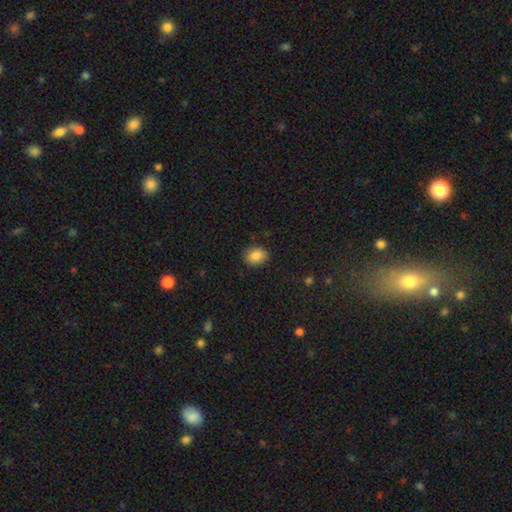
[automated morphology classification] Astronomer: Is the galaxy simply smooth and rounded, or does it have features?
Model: smooth — 86%.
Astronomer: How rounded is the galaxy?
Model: in between — 55% (runner-up: round, 44%).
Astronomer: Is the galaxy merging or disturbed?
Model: none — 87%.